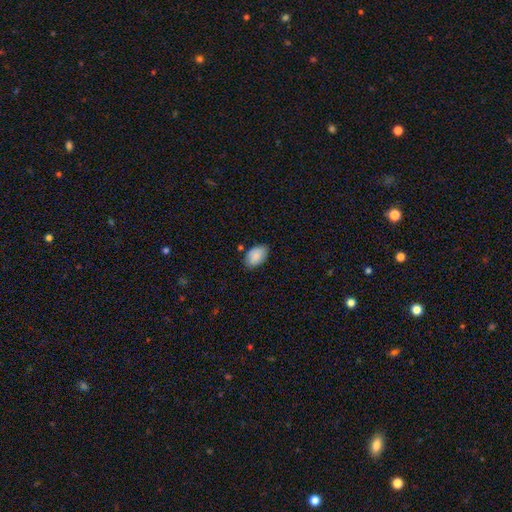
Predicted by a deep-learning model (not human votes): Smooth or featured?
  - smooth: 87% *
  - featured or disk: 7%
  - star or artifact: 6%
How rounded?
  - in between: 92% *
  - round: 7%
  - cigar-shaped: 1%
Merging?
  - none: 80% *
  - minor disturbance: 15%
  - major disturbance: 3%
  - merger: 3%